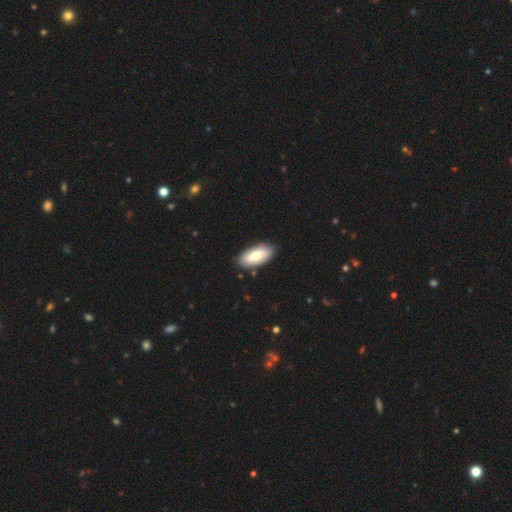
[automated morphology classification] Overall: smooth (71%). How rounded: in between (90%). Merging: none (87%).